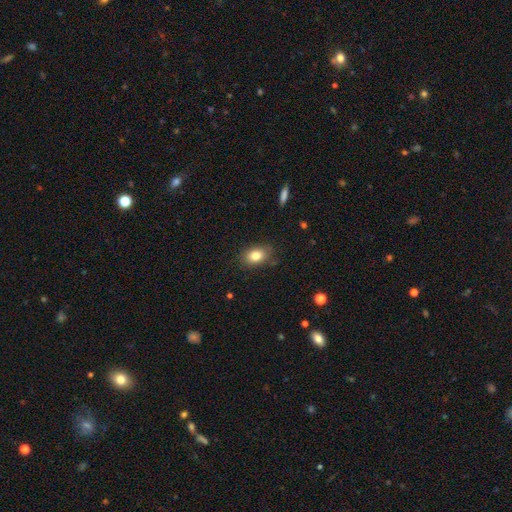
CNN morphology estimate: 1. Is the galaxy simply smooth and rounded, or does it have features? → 83% smooth, 9% star or artifact, 8% featured or disk.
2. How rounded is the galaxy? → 77% in between, 22% round, 1% cigar-shaped.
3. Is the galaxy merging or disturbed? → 81% none, 14% minor disturbance, 3% major disturbance, 1% merger.